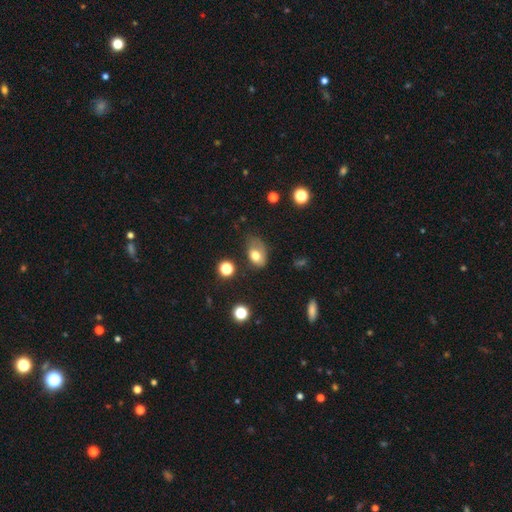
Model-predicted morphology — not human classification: A smooth galaxy with no disk features (72%) that is in between round and cigar-shaped (82%).

Vote fractions:
- Smooth or featured? smooth: 72% / featured or disk: 18% / star or artifact: 10%
- How rounded? in between: 82% / round: 16% / cigar-shaped: 1%
- Merging? none: 38% / minor disturbance: 37% / major disturbance: 21% / merger: 4%